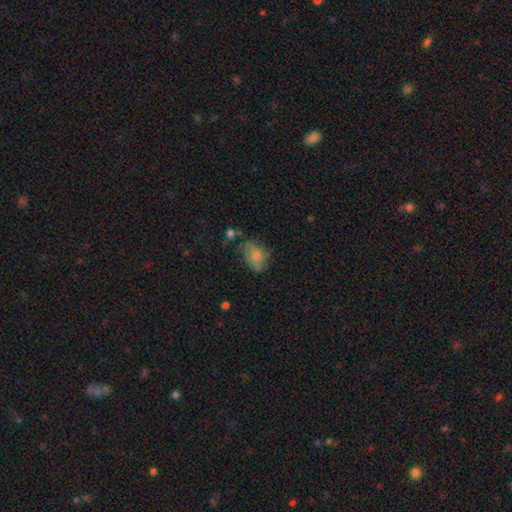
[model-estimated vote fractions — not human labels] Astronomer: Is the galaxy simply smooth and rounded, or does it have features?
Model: smooth — 70%.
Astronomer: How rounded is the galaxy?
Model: in between — 84%.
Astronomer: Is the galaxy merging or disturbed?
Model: none — 46% (runner-up: minor disturbance, 31%).